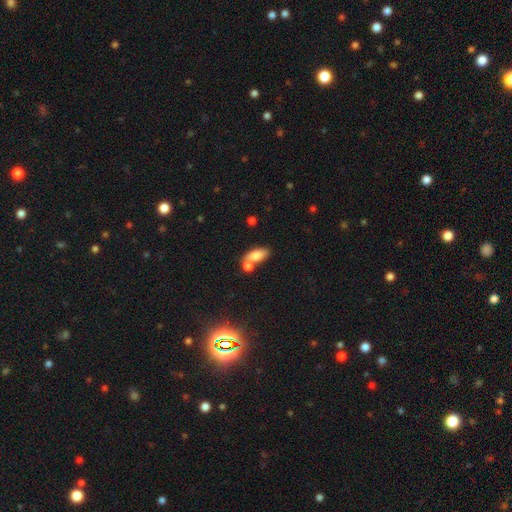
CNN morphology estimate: A smooth galaxy with no disk features (78%) that is in between round and cigar-shaped (83%).

Vote fractions:
- Smooth or featured? smooth: 78% / featured or disk: 14% / star or artifact: 8%
- How rounded? in between: 83% / cigar-shaped: 12% / round: 5%
- Merging? none: 45% / merger: 38% / minor disturbance: 12% / major disturbance: 5%